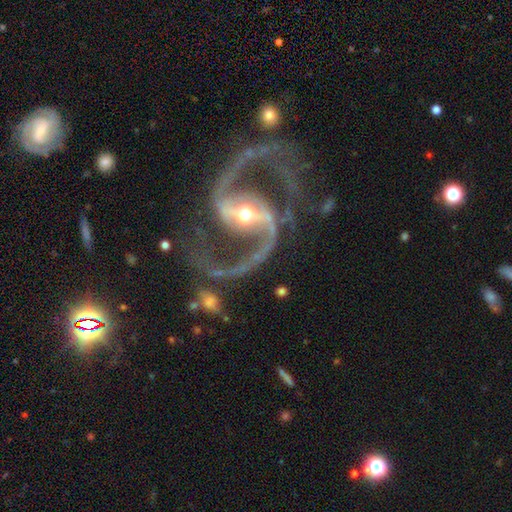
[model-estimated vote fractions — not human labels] featured or disk 94%, star or artifact 4%, smooth 2%. Down the decision tree: edge-on disk — no (98%); bar — strong (49%); spiral arms — yes (99%); spiral arm count — 2 (95%); spiral winding — medium (61%); bulge size — moderate (48%); merging — none (71%).